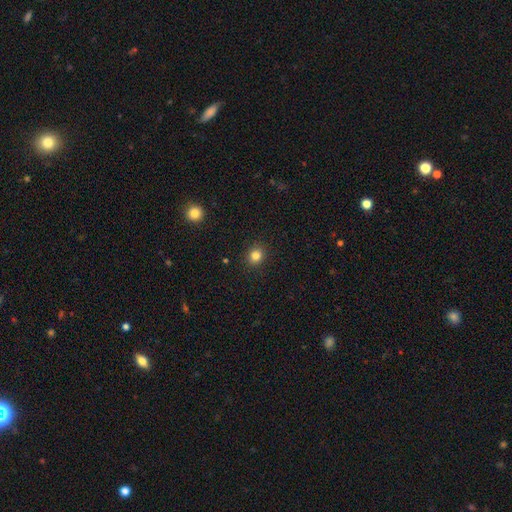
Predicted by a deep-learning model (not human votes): Smooth or featured: smooth — 82% (star or artifact — 13%)
How rounded: round — 80% (in between — 19%)
Merging: none — 90% (minor disturbance — 7%)